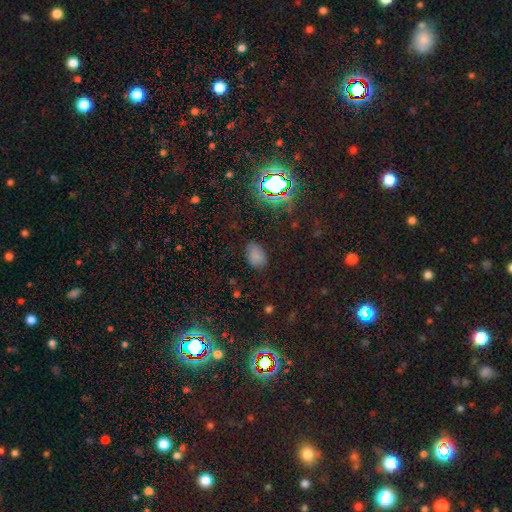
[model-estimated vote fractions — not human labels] smooth_or_featured: smooth (p=0.72) [alt: star or artifact p=0.22]
how_rounded: in between (p=0.87) [alt: round p=0.12]
merging: none (p=0.76) [alt: minor disturbance p=0.16]